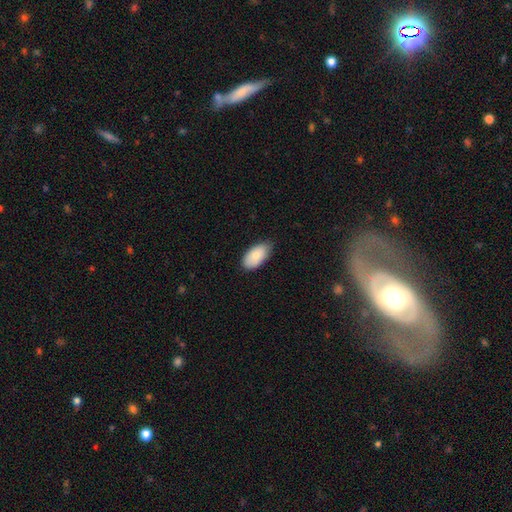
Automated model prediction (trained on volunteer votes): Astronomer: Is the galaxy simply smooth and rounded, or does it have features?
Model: smooth — 80%.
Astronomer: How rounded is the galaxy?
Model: in between — 95%.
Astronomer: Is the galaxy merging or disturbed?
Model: none — 76%.